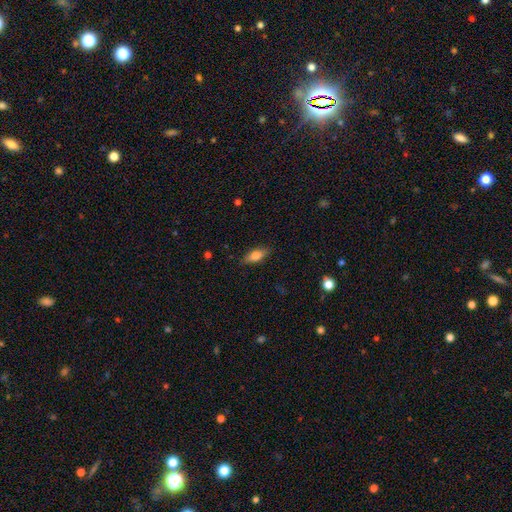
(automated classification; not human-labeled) A smooth galaxy with no disk features (71%) that is in between round and cigar-shaped (72%). Merging: none (84%).